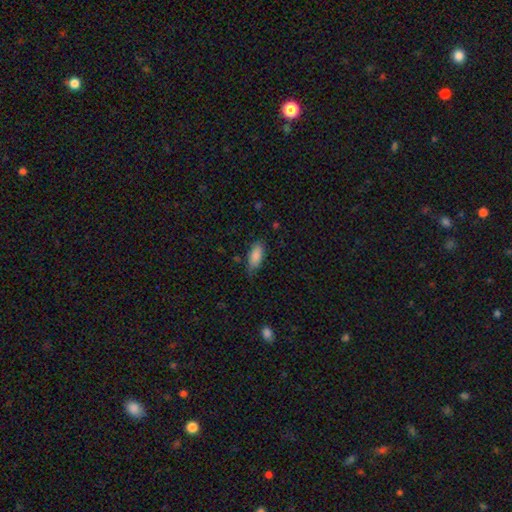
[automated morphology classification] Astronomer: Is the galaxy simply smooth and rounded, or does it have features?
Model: smooth — 87%.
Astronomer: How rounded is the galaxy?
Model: in between — 84%.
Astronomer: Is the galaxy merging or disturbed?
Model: none — 71%.